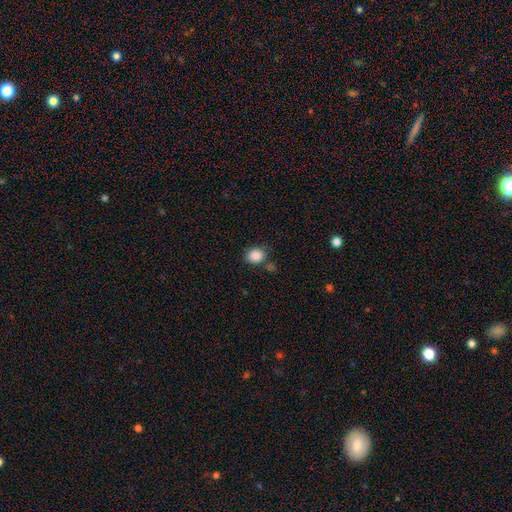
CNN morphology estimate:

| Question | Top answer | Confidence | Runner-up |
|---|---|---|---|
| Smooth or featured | smooth | 87% | star or artifact (9%) |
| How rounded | round | 67% | in between (32%) |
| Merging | none | 72% | minor disturbance (14%) |